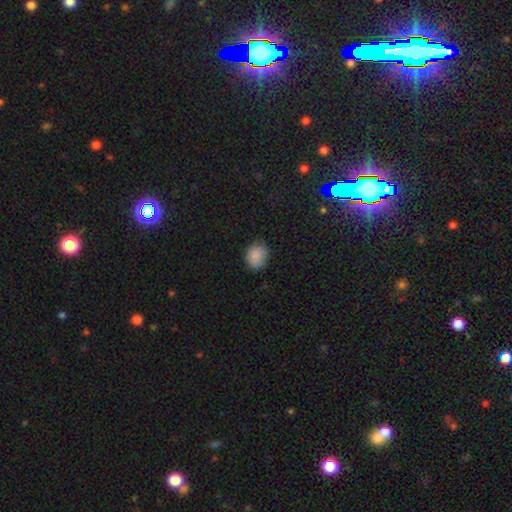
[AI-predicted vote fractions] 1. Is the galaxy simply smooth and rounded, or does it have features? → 87% smooth, 8% star or artifact, 5% featured or disk.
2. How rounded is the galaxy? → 50% round, 49% in between, 1% cigar-shaped.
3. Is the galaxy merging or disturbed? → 75% none, 21% minor disturbance, 4% major disturbance, 1% merger.